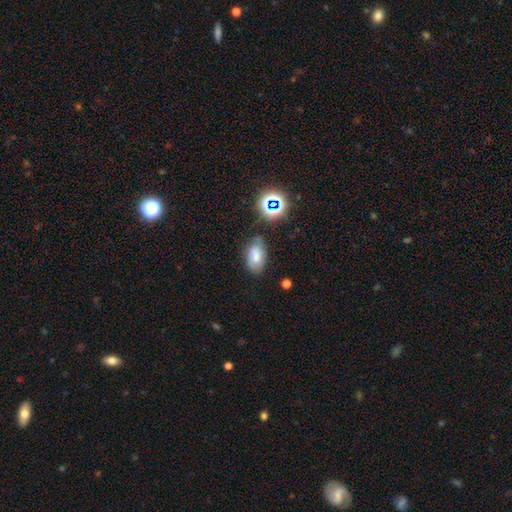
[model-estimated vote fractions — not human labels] Morphology: type=smooth (70%); roundness=in between (91%); merging=none (66%).